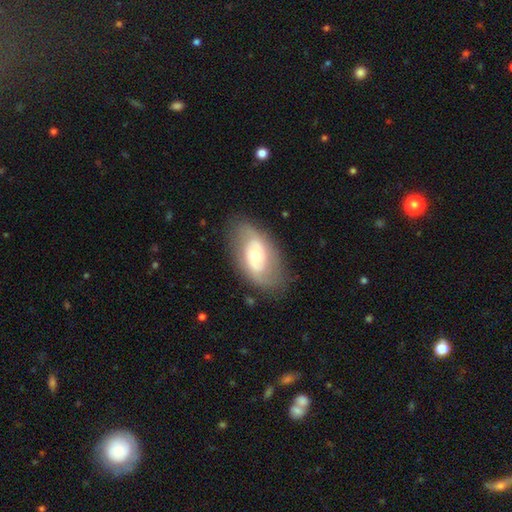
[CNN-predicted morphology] featured or disk 66%, smooth 28%, star or artifact 6%. Down the decision tree: edge-on disk — no (93%); bar — no (58%); spiral arms — yes (71%); bulge size — moderate (63%); merging — none (78%).